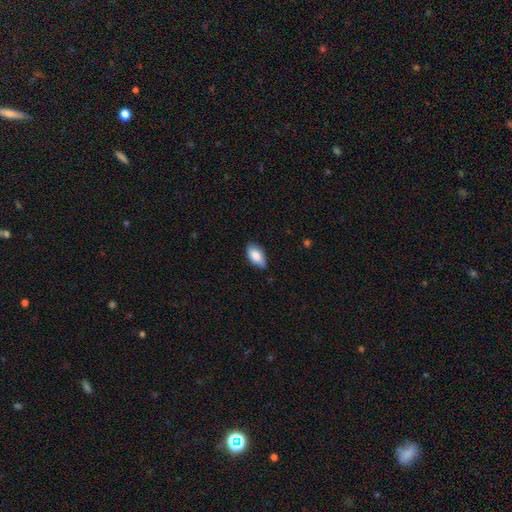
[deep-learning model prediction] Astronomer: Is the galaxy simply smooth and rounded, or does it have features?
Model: smooth — 83%.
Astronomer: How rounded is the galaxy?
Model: in between — 93%.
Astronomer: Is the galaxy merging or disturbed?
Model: none — 78%.